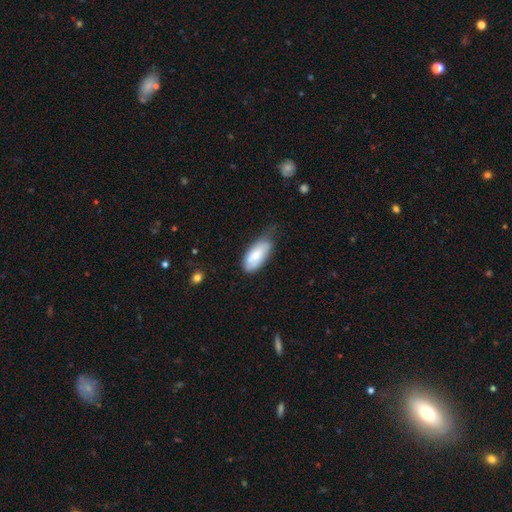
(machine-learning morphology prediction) Q: Smooth or featured?
A: smooth (77%); runner-up: featured or disk (18%)
Q: How rounded?
A: in between (89%); runner-up: cigar-shaped (9%)
Q: Merging?
A: none (45%); runner-up: minor disturbance (42%)